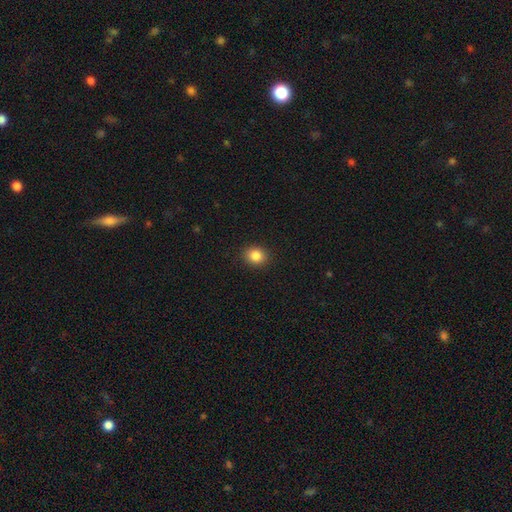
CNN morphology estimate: smooth_or_featured: smooth (p=0.85) [alt: star or artifact p=0.10]
how_rounded: round (p=0.68) [alt: in between p=0.31]
merging: none (p=0.90) [alt: minor disturbance p=0.07]